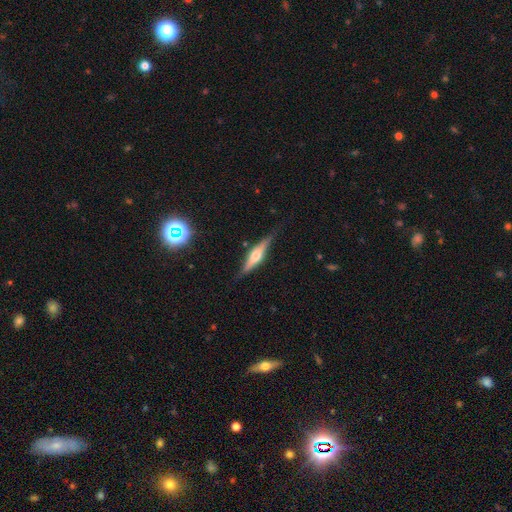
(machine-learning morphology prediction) This appears to be a featured or disk galaxy (65%) viewed edge-on (95%) with a rounded central bulge (89%). Merging: none (81%).